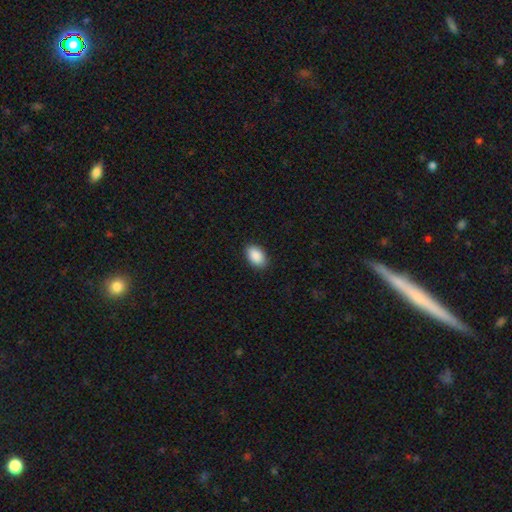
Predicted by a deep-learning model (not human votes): Smooth or featured?
  - smooth: 90% *
  - star or artifact: 7%
  - featured or disk: 3%
How rounded?
  - in between: 91% *
  - round: 7%
  - cigar-shaped: 1%
Merging?
  - none: 89% *
  - minor disturbance: 8%
  - major disturbance: 2%
  - merger: 1%